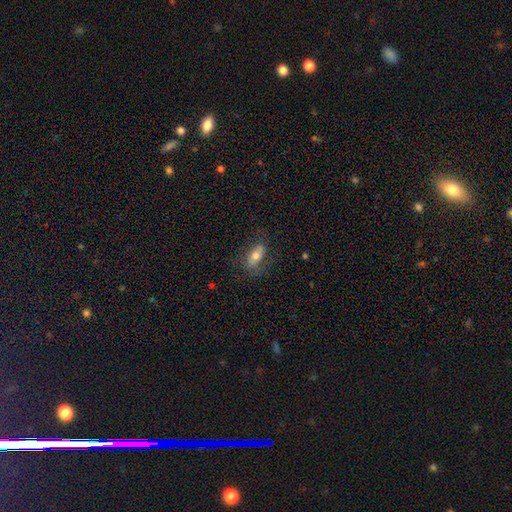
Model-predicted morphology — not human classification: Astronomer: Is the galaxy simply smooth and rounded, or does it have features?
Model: smooth — 66%.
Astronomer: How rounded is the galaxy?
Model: in between — 80%.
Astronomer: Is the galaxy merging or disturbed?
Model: none — 72%.